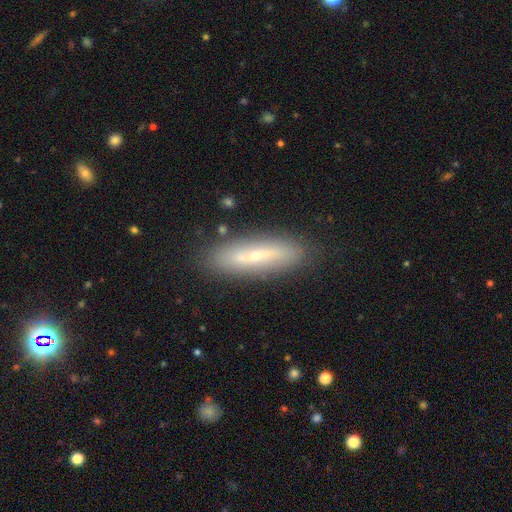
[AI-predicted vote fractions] Overall: featured or disk (47%; smooth 45%). Merging: none (84%).